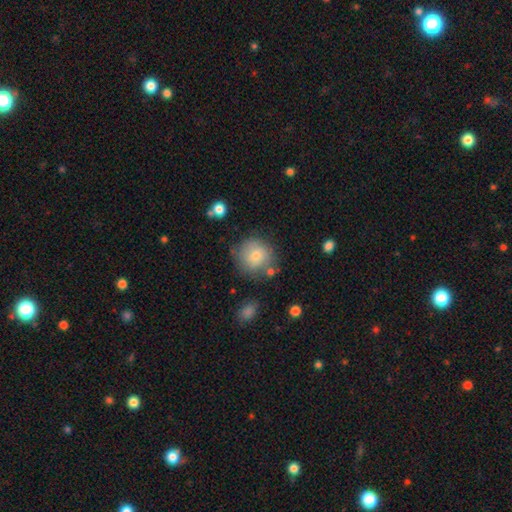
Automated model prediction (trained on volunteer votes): Smooth or featured? Predicted: smooth (p=0.73). How rounded? Predicted: round (p=0.91). Merging? Predicted: none (p=0.74).